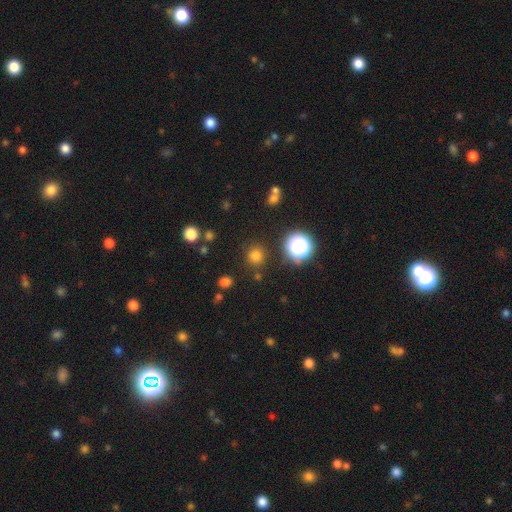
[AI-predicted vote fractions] smooth_or_featured: smooth (p=0.74) [alt: star or artifact p=0.21]
how_rounded: round (p=0.93) [alt: in between p=0.06]
merging: none (p=0.86) [alt: minor disturbance p=0.07]